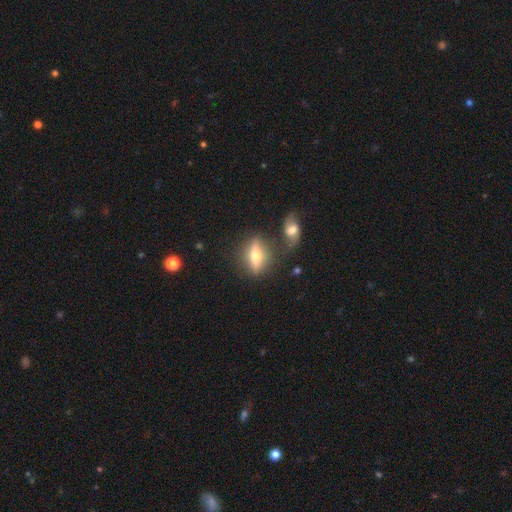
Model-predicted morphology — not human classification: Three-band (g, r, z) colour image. It shows a featured or disk galaxy (55%) viewed edge-on (81%). Merging: none (72%).